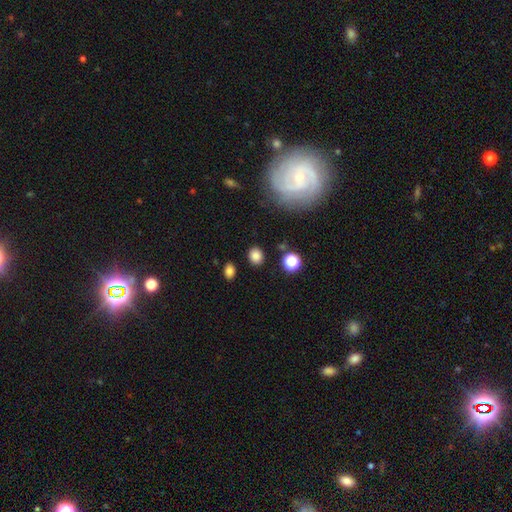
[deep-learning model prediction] Smooth or featured? smooth (83%)
How rounded? round (60%)
Merging? none (87%)